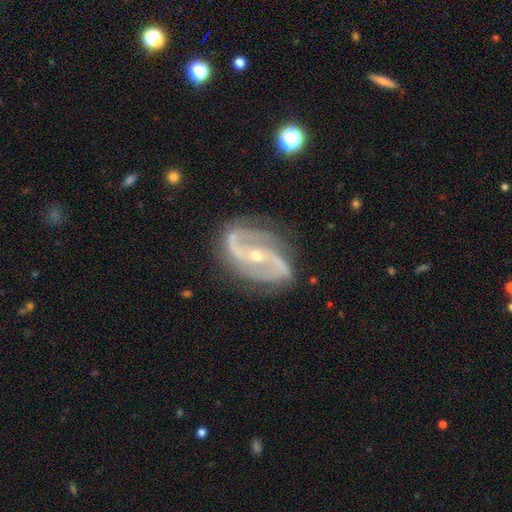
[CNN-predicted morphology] Overall: featured or disk (92%). Edge-on disk: no (97%). Bar: strong (37%; no 34%). Spiral arms: yes (98%). Spiral arm count: 2 (89%). Spiral winding: medium (49%; loose 33%). Bulge size: small (62%; moderate 36%). Merging: none (77%).